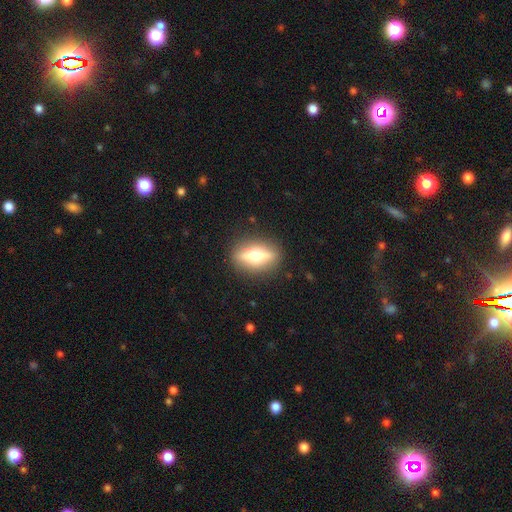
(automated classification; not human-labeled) Smooth or featured?
  - featured or disk: 61% *
  - smooth: 31%
  - star or artifact: 7%
Edge-on disk?
  - yes: 83% *
  - no: 17%
Edge-on bulge?
  - rounded: 94% *
  - boxy: 4%
  - none: 2%
Merging?
  - none: 87% *
  - minor disturbance: 8%
  - major disturbance: 3%
  - merger: 1%